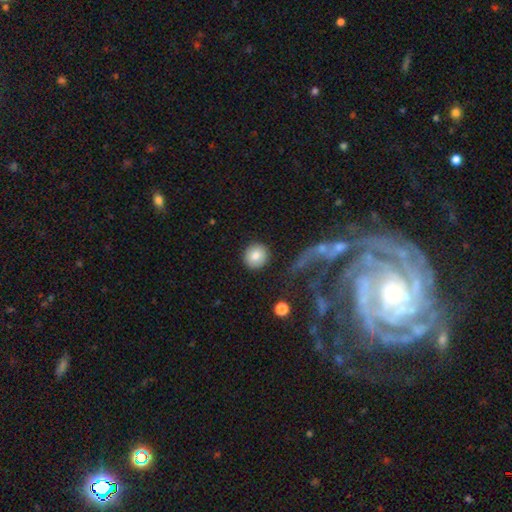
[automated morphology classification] Overall: smooth (83%). How rounded: round (89%). Merging: none (87%).